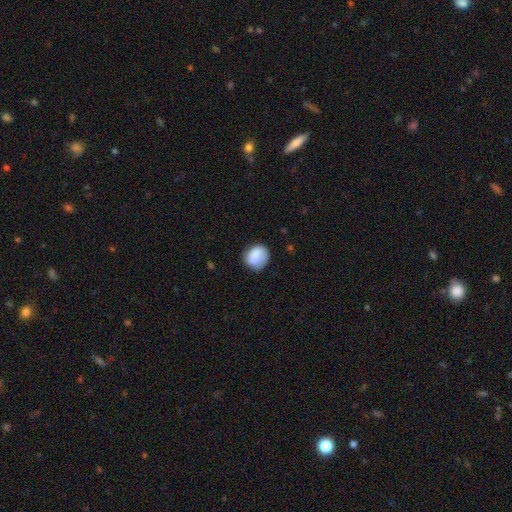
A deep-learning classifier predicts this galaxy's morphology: Smooth or featured: smooth — 83% (featured or disk — 9%)
How rounded: round — 80% (in between — 19%)
Merging: none — 71% (minor disturbance — 21%)